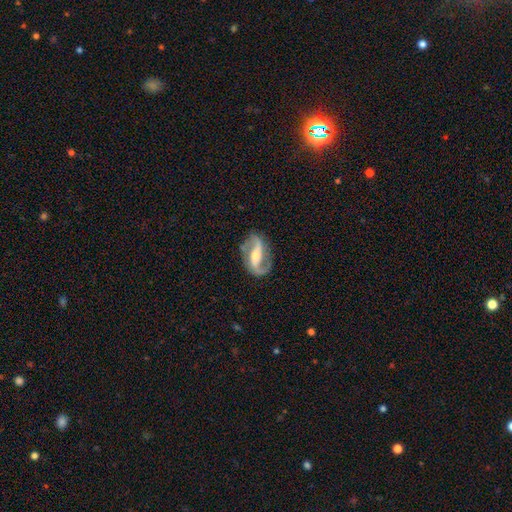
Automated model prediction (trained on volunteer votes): smooth_or_featured: featured or disk (p=0.89) [alt: smooth p=0.06]
disk_edge_on: no (p=0.96) [alt: yes p=0.04]
bar: strong (p=0.50) [alt: weak p=0.31]
has_spiral_arms: yes (p=0.96) [alt: no p=0.04]
spiral_winding: loose (p=0.44) [alt: medium p=0.42]
spiral_arm_count: 2 (p=0.92) [alt: 1 p=0.03]
bulge_size: moderate (p=0.57) [alt: small p=0.35]
merging: none (p=0.79) [alt: minor disturbance p=0.13]